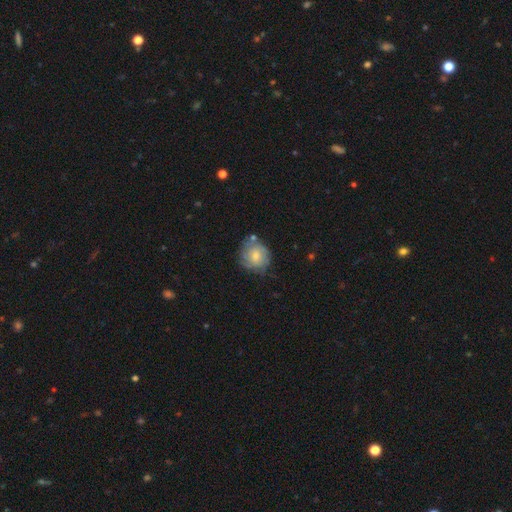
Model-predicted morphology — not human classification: Smooth or featured?
  - smooth: 54% *
  - featured or disk: 38%
  - star or artifact: 8%
How rounded?
  - round: 81% *
  - in between: 18%
  - cigar-shaped: 1%
Merging?
  - none: 65% *
  - minor disturbance: 21%
  - major disturbance: 7%
  - merger: 7%